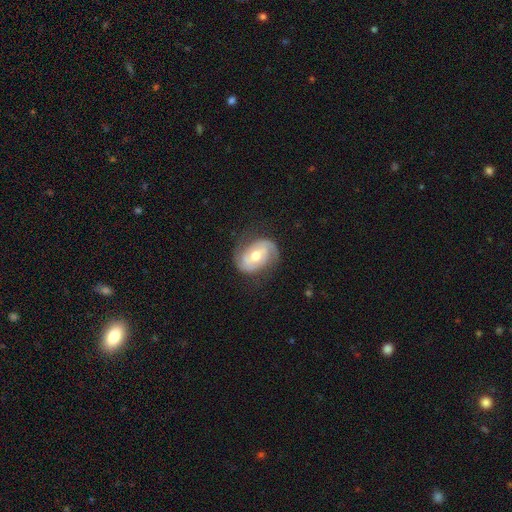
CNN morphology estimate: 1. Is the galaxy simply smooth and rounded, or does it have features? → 79% featured or disk, 15% smooth, 5% star or artifact.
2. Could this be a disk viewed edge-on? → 97% no, 3% yes.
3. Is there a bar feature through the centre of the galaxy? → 41% weak, 39% no, 20% strong.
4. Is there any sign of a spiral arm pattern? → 92% yes, 8% no.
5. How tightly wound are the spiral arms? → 45% tight, 39% medium, 16% loose.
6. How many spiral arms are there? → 81% 2, 9% can't tell, 4% 1, 3% 3, 1% 4, 1% more than 4.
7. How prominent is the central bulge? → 71% moderate, 21% small, 6% large, 1% none, 1% dominant.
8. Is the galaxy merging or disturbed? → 73% none, 18% minor disturbance, 8% major disturbance, 1% merger.